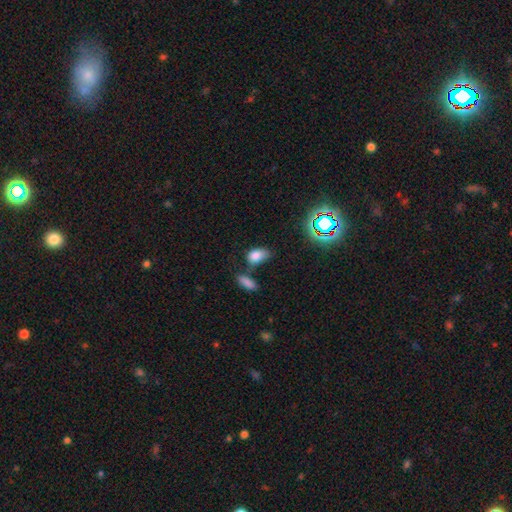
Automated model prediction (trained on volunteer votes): Smooth or featured? smooth (79%)
How rounded? in between (88%)
Merging? none (48%)